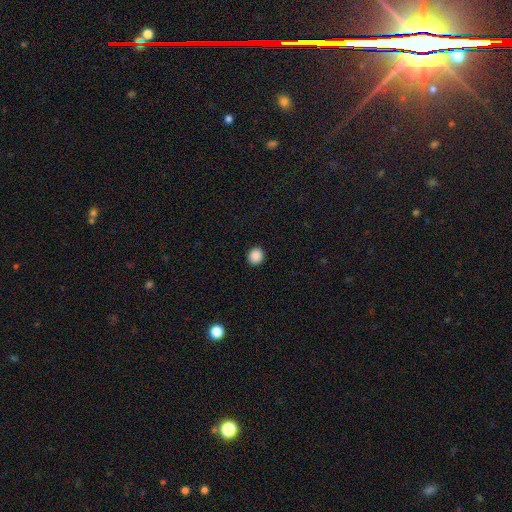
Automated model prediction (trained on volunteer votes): A smooth galaxy with no disk features (89%) that is round (82%).

Vote fractions:
- Smooth or featured? smooth: 89% / star or artifact: 9% / featured or disk: 2%
- How rounded? round: 82% / in between: 17% / cigar-shaped: 1%
- Merging? none: 92% / minor disturbance: 5% / major disturbance: 2% / merger: 1%